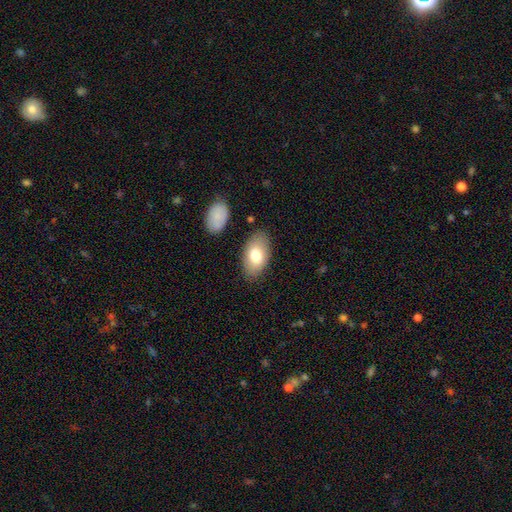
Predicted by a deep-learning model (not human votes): The model was most divided on "smooth or featured": smooth: 76%, featured or disk: 17%, star or artifact: 7%. More confident: how rounded — in between (94%); merging — none (82%).